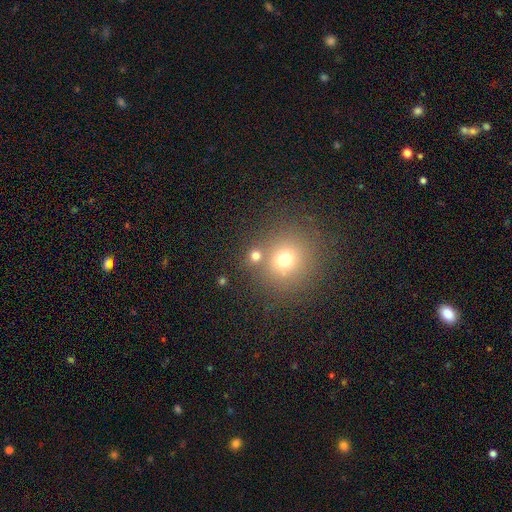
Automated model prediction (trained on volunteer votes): Overall: smooth (70%). How rounded: round (86%). Merging: none (68%).